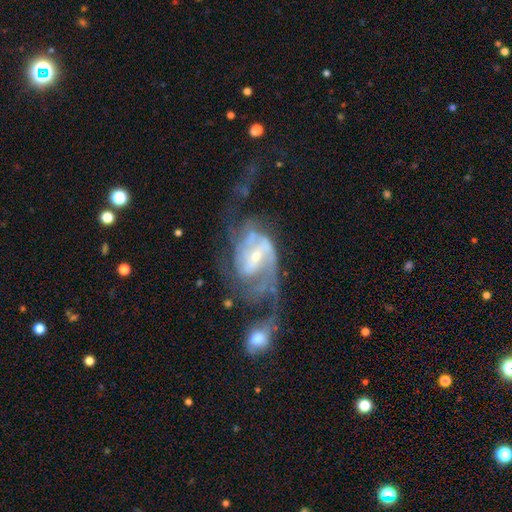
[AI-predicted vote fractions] This is clearly a featured or disk galaxy (87%). It is clearly not viewed edge-on (97%). Bar: possibly weak (45%). Spiral arm pattern: clearly yes (92%). Spiral arm count: possibly 2 (48%). Spiral winding: marginally medium (43%). Central bulge: likely small (63%). Merging: marginally major disturbance (36%).